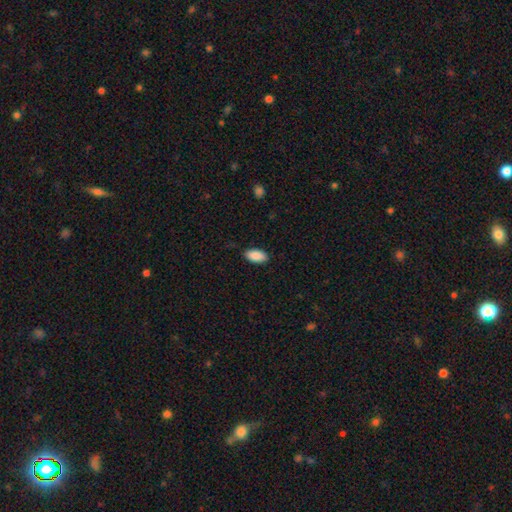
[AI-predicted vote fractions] Smooth or featured? Predicted: smooth (p=0.90). How rounded? Predicted: in between (p=0.94). Merging? Predicted: none (p=0.86).